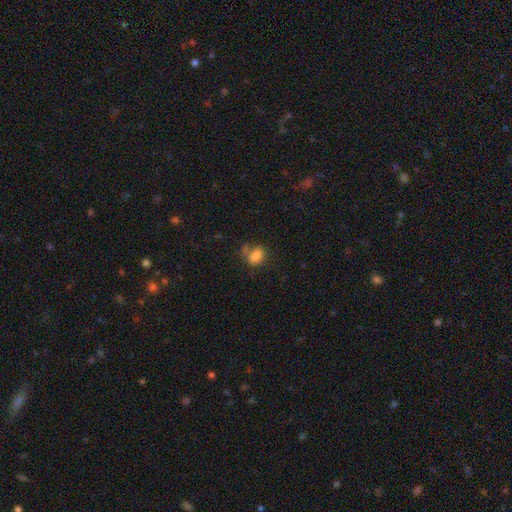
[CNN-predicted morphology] type=smooth (81%); roundness=in between (62%); merging=none (56%).